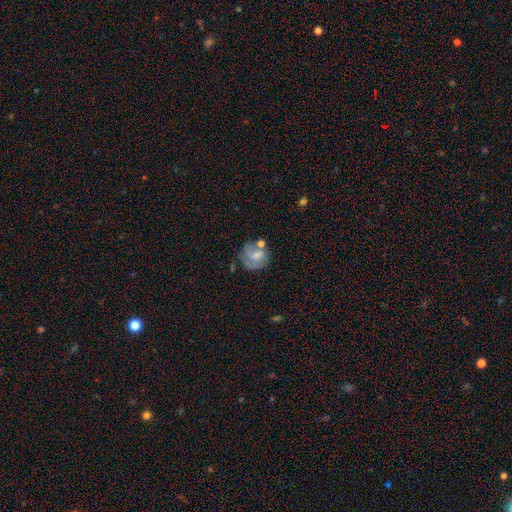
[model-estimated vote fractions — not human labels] smooth_or_featured: smooth (p=0.54) [alt: featured or disk p=0.38]
how_rounded: round (p=0.77) [alt: in between p=0.22]
merging: none (p=0.51) [alt: minor disturbance p=0.22]